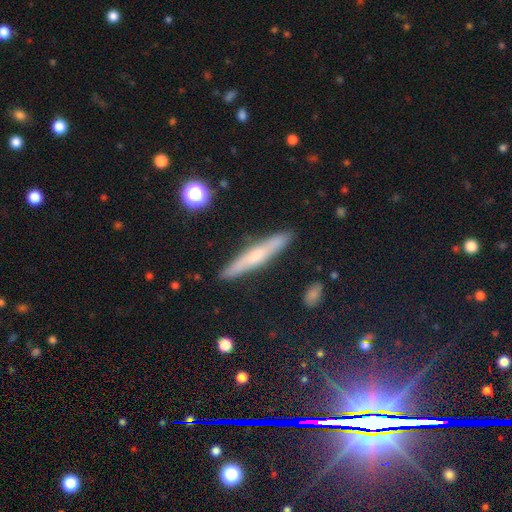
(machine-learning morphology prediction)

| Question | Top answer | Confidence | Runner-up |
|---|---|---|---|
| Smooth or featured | smooth | 46% | tied: featured or disk (46%) |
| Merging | none | 89% | minor disturbance (8%) |